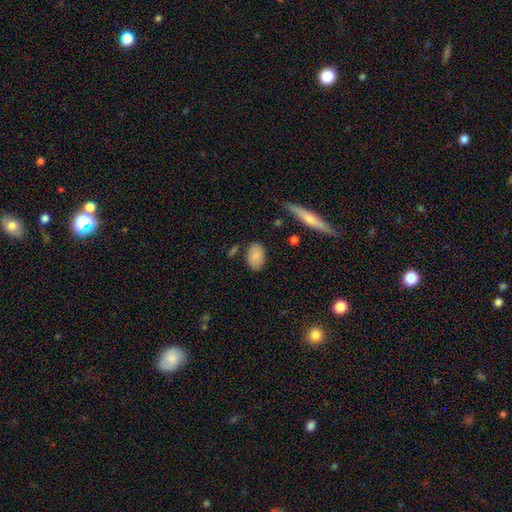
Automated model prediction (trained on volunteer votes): smooth-or-featured: smooth: 81% | featured or disk: 12% | star or artifact: 7%
  how-rounded: in between: 88% | round: 10% | cigar-shaped: 2%
  merging: none: 78% | minor disturbance: 15% | merger: 4% | major disturbance: 3%